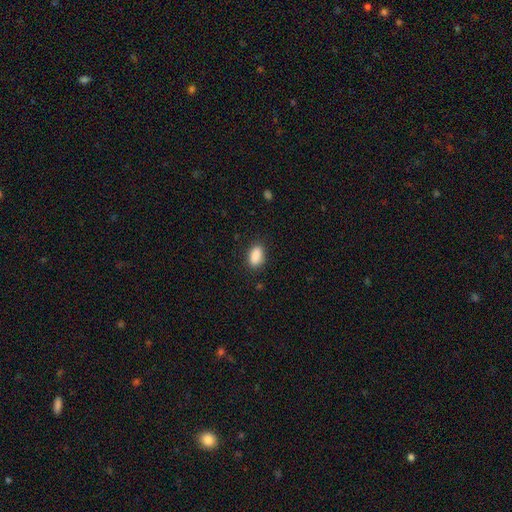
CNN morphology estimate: This is clearly a smooth galaxy (89%). How rounded: clearly in between (89%). Merging: clearly none (85%).